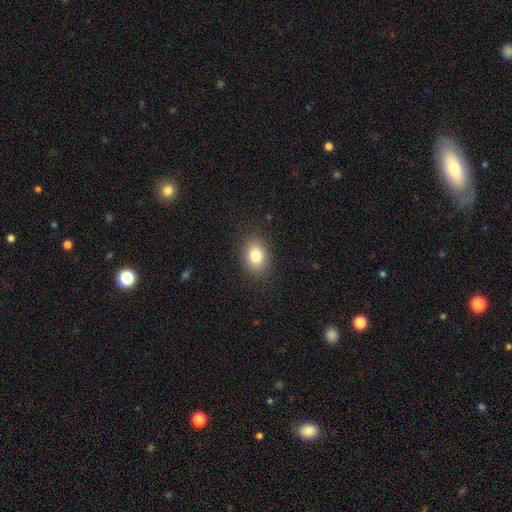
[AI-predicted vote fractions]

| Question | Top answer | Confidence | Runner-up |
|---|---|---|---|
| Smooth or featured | smooth | 82% | star or artifact (10%) |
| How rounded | in between | 65% | round (34%) |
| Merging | none | 88% | minor disturbance (9%) |